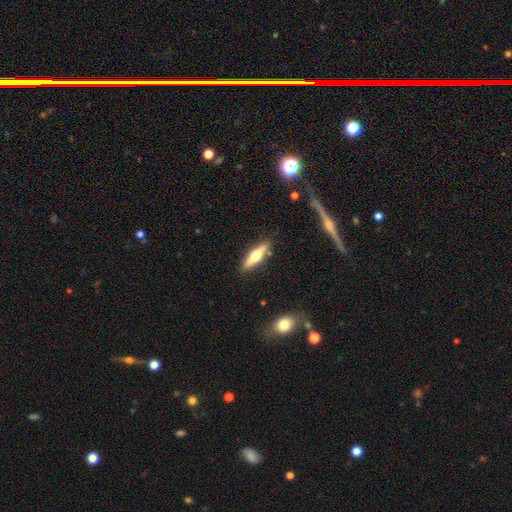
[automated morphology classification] Overall: featured or disk (49%; smooth 46%). Merging: none (86%).